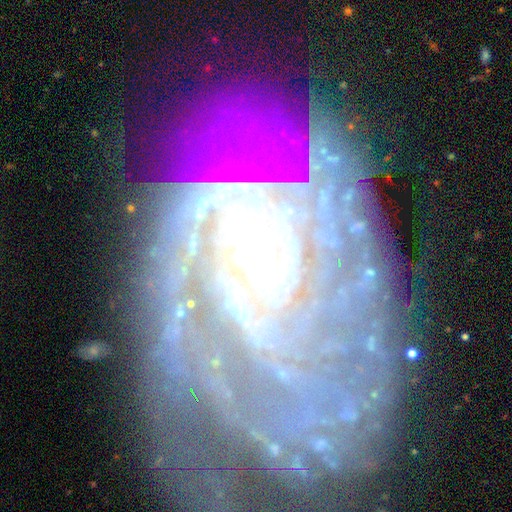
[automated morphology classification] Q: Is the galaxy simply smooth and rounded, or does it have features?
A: featured or disk — 85%.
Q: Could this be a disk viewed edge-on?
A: no — 96%.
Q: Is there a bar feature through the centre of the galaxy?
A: no — 42%.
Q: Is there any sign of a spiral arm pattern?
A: yes — 93%.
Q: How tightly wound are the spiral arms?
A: tight — 67%.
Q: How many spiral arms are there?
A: can't tell — 39%.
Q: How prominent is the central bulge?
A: small — 44%.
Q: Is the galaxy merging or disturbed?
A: none — 41%.